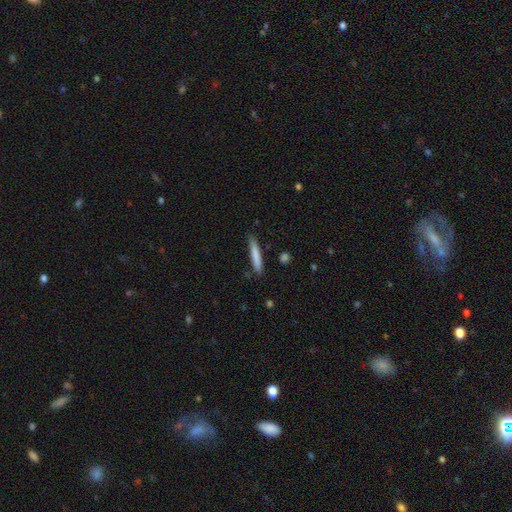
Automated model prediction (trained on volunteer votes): The model was most divided on "smooth or featured": smooth: 78%, featured or disk: 16%, star or artifact: 6%. More confident: how rounded — cigar-shaped (94%); merging — none (84%).